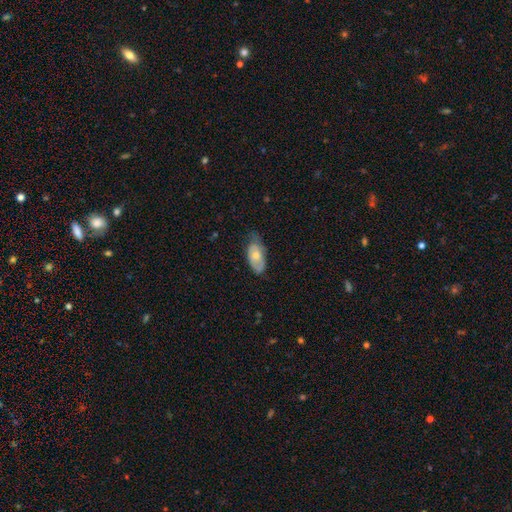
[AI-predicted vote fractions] A smooth galaxy with no disk features (61%) that is in between round and cigar-shaped (92%).

Vote fractions:
- Smooth or featured? smooth: 61% / featured or disk: 33% / star or artifact: 6%
- How rounded? in between: 92% / round: 4% / cigar-shaped: 4%
- Merging? none: 46% / minor disturbance: 40% / major disturbance: 12% / merger: 2%